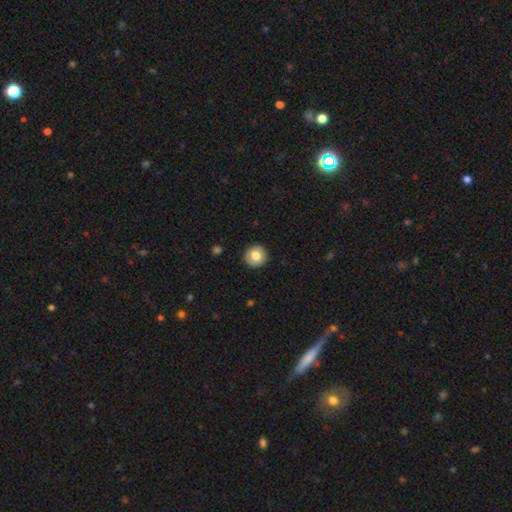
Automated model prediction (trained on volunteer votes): Smooth or featured?
  - smooth: 77% *
  - featured or disk: 15%
  - star or artifact: 9%
How rounded?
  - round: 93% *
  - in between: 6%
  - cigar-shaped: 1%
Merging?
  - none: 91% *
  - minor disturbance: 7%
  - major disturbance: 2%
  - merger: 1%